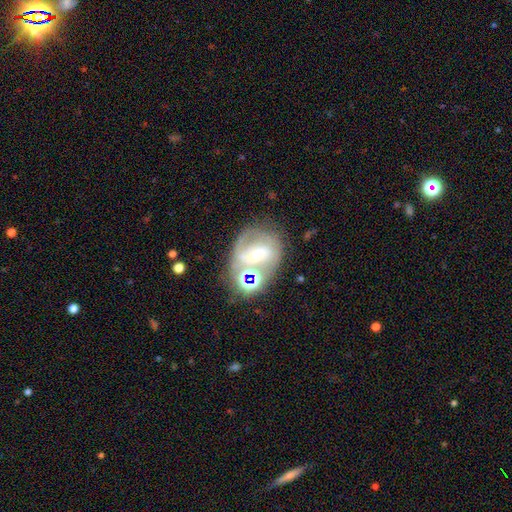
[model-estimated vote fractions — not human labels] smooth-or-featured: featured or disk: 65% | smooth: 21% | star or artifact: 14%
  disk-edge-on: no: 96% | yes: 4%
    bar: weak: 37% | strong: 32% | no: 31%
    has-spiral-arms: yes: 78% | no: 22%
    bulge-size: small: 54% | moderate: 37% | large: 5% | none: 3% | dominant: 2%
  merging: none: 48% | merger: 21% | minor disturbance: 17% | major disturbance: 14%